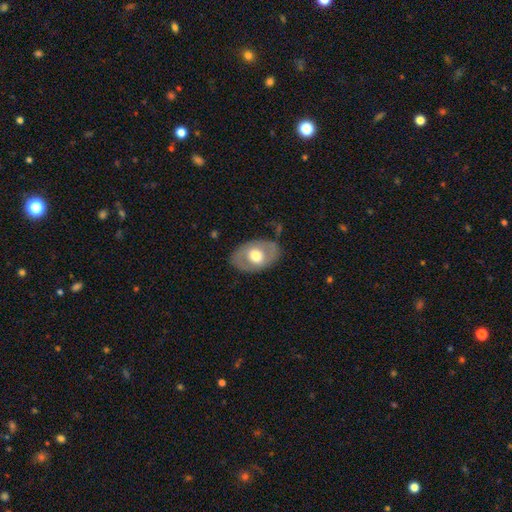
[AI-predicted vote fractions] Overall: smooth (49%; featured or disk 45%). Merging: none (78%).